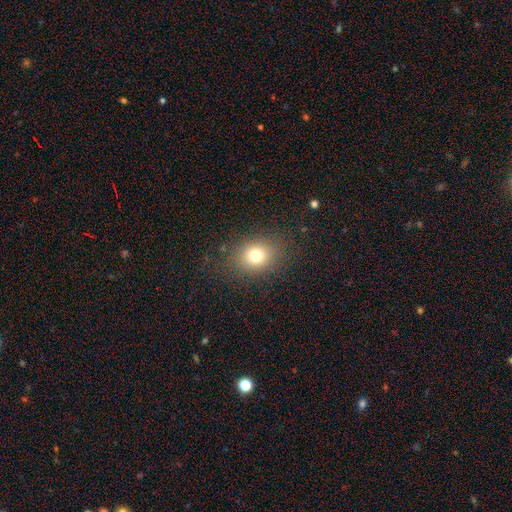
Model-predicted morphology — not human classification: smooth_or_featured: smooth (p=0.75) [alt: star or artifact p=0.15]
how_rounded: round (p=0.55) [alt: in between p=0.44]
merging: none (p=0.83) [alt: minor disturbance p=0.10]